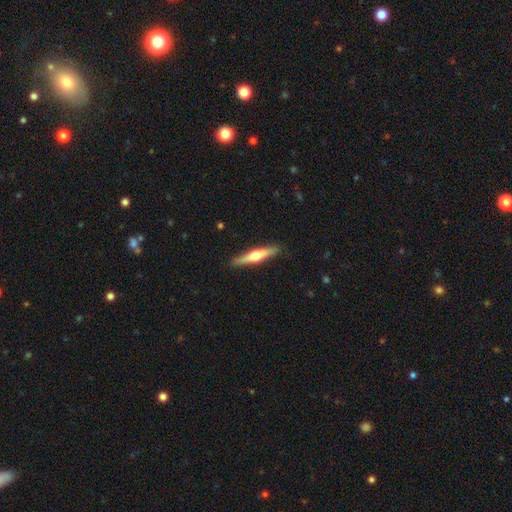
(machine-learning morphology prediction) This appears to be a featured or disk galaxy (56%) viewed edge-on (96%) with a rounded central bulge (88%). Merging: none (88%).